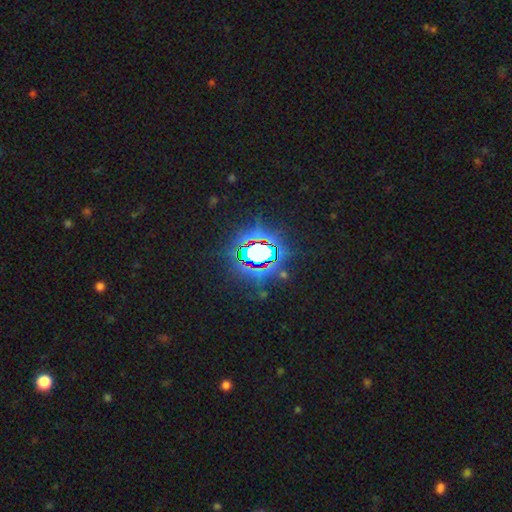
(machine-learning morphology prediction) smooth-or-featured: star or artifact: 75% | smooth: 14% | featured or disk: 10%